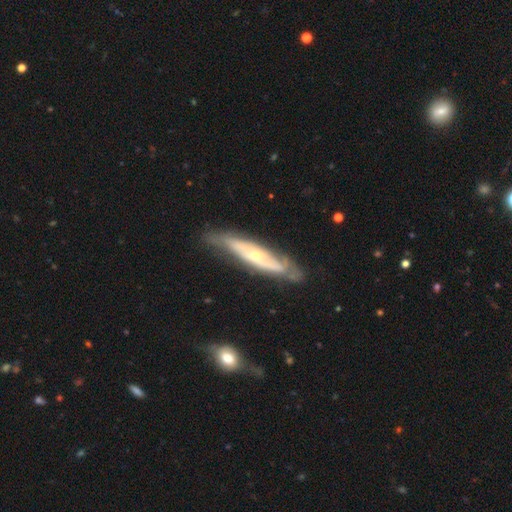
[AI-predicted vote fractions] Q: Smooth or featured?
A: featured or disk (73%); runner-up: smooth (21%)
Q: Edge-on disk?
A: no (60%); runner-up: yes (40%)
Q: Merging?
A: none (69%); runner-up: minor disturbance (21%)